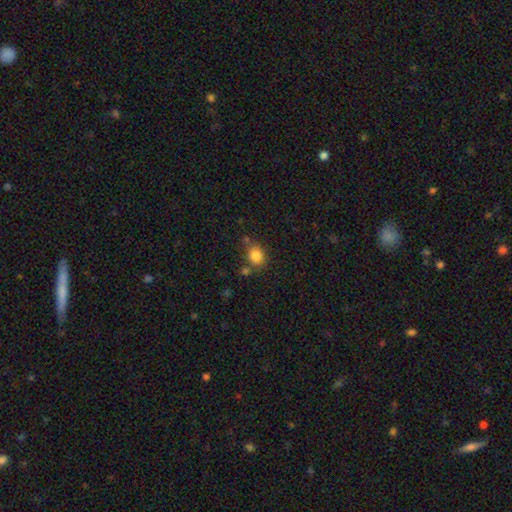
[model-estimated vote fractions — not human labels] This appears to be a smooth galaxy with no disk features (84%) that is round (60%). Merging: none (64%).